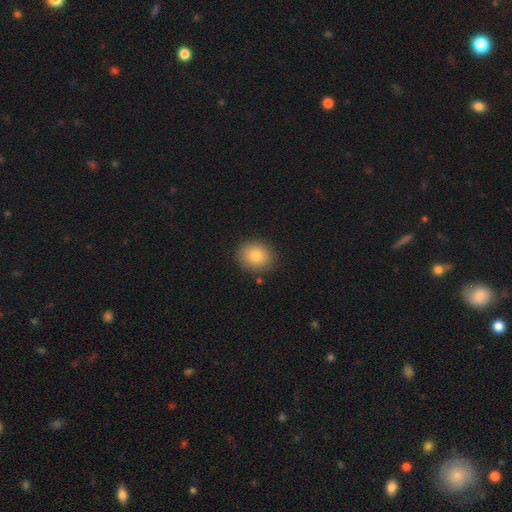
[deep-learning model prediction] The model was most divided on "how rounded": round: 68%, in between: 31%, cigar-shaped: 1%. More confident: merging — none (88%); smooth or featured — smooth (82%).